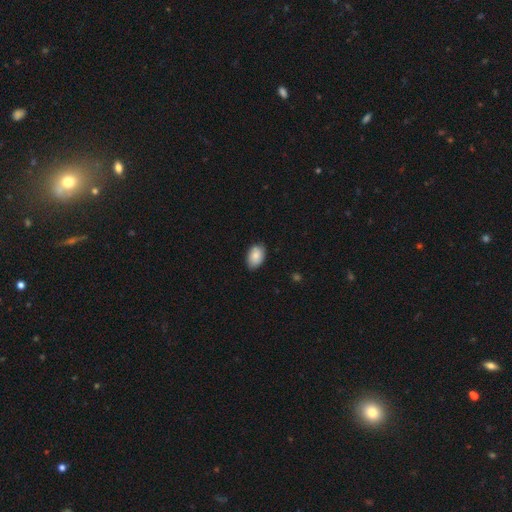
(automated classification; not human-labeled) Morphology: type=smooth (85%); roundness=in between (89%); merging=none (82%).